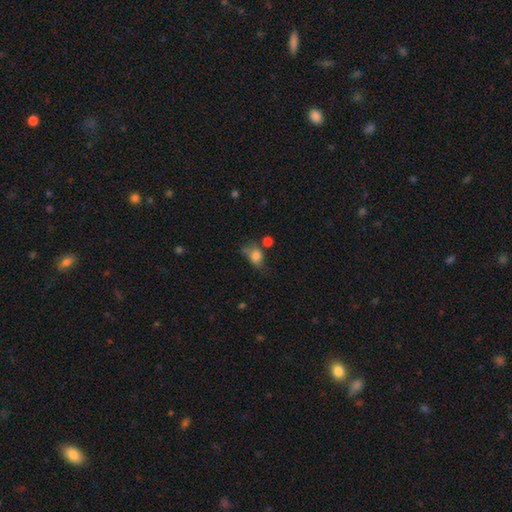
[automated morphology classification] smooth 74%, featured or disk 15%, star or artifact 11%. Down the decision tree: how rounded — in between (63%); merging — none (40%).